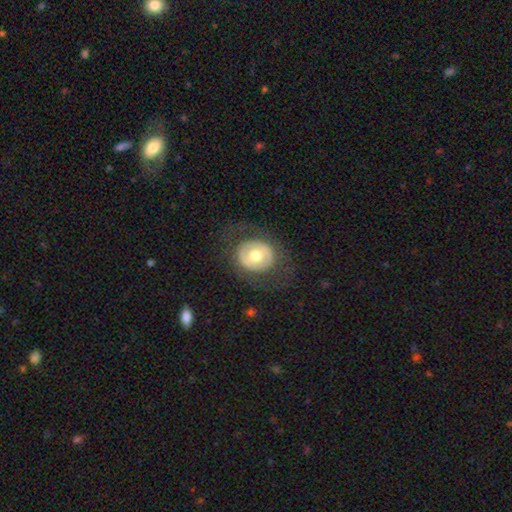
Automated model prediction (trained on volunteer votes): Overall: featured or disk (47%, tied with smooth). Merging: none (75%).